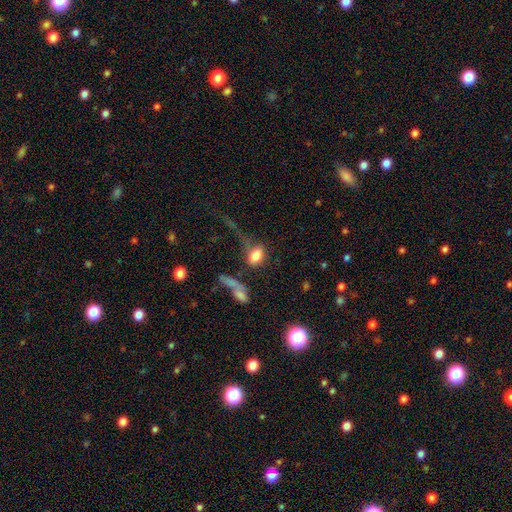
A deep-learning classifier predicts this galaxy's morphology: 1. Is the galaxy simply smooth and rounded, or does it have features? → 75% smooth, 15% featured or disk, 11% star or artifact.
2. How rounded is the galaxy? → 81% in between, 14% round, 5% cigar-shaped.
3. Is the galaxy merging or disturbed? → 38% none, 27% major disturbance, 20% merger, 16% minor disturbance.